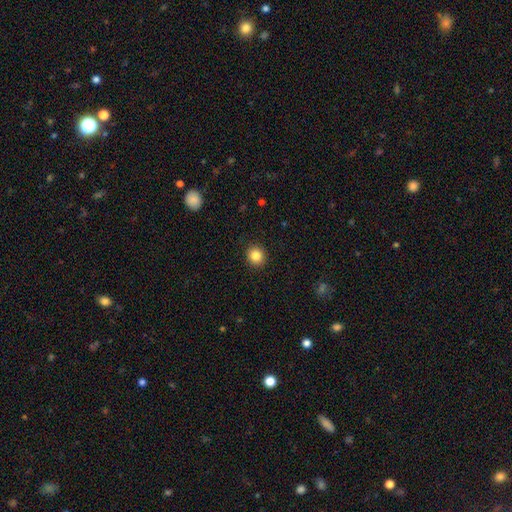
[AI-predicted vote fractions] Smooth or featured? smooth (84%)
How rounded? round (88%)
Merging? none (92%)